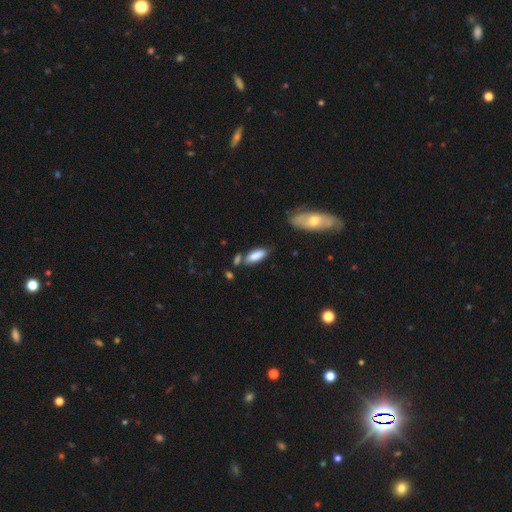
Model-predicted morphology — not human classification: Q: Smooth or featured?
A: smooth (82%); runner-up: featured or disk (12%)
Q: How rounded?
A: in between (75%); runner-up: cigar-shaped (23%)
Q: Merging?
A: none (63%); runner-up: minor disturbance (19%)